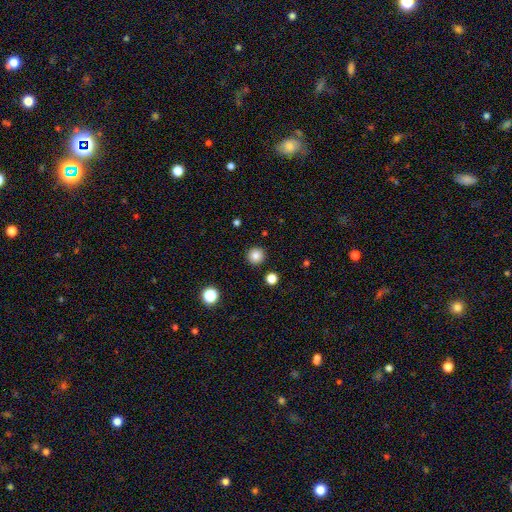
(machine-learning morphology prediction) A smooth galaxy with no disk features (84%) that is round (96%).

Vote fractions:
- Smooth or featured? smooth: 84% / star or artifact: 11% / featured or disk: 5%
- How rounded? round: 96% / in between: 3% / cigar-shaped: 1%
- Merging? none: 92% / minor disturbance: 5% / major disturbance: 2% / merger: 1%